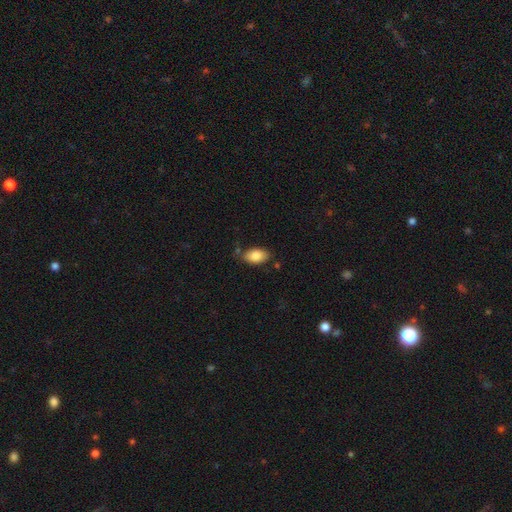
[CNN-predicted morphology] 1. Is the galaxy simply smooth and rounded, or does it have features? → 85% smooth, 8% featured or disk, 7% star or artifact.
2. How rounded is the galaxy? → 93% in between, 6% round, 2% cigar-shaped.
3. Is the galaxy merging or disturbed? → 76% none, 16% minor disturbance, 4% merger, 3% major disturbance.